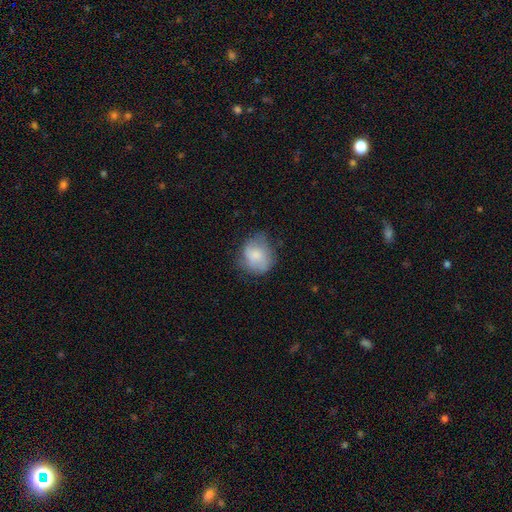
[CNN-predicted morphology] This is likely a smooth galaxy (68%). How rounded: likely round (68%). Merging: possibly none (56%).